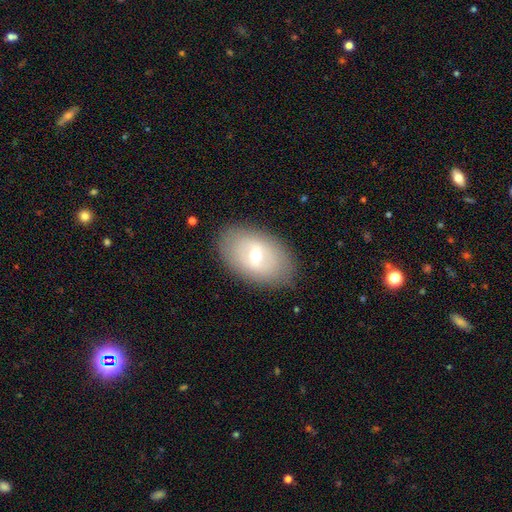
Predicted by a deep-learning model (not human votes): This is possibly a smooth galaxy (46%, tied with featured or disk). Merging: clearly none (84%).